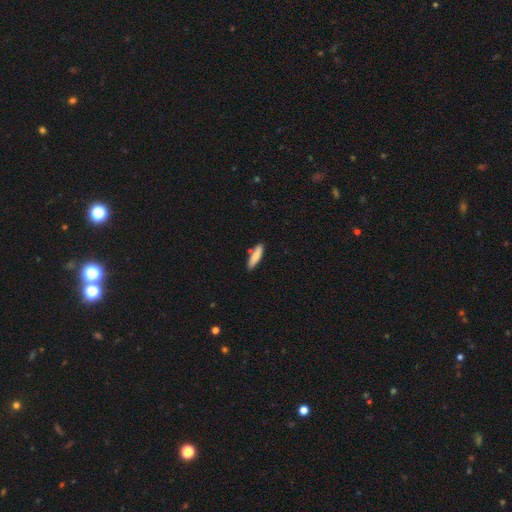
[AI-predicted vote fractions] A smooth galaxy with no disk features (82%) that is cigar-shaped (71%). Merging: none (78%).